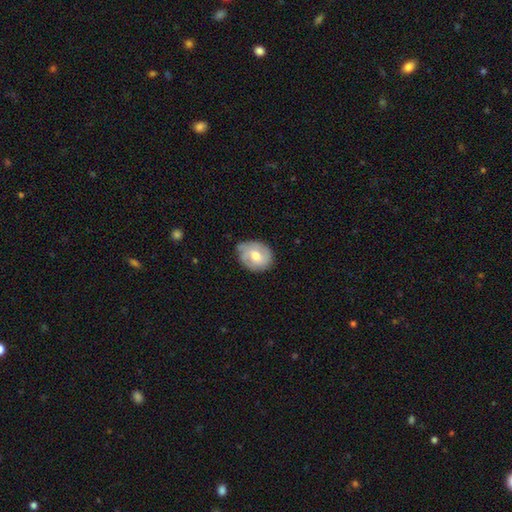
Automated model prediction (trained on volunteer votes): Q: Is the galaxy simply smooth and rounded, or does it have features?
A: smooth — 51%.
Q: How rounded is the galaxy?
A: round — 58%.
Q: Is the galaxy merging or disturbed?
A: none — 64%.